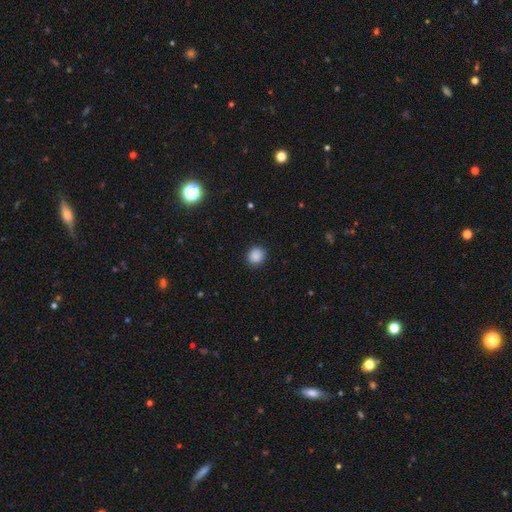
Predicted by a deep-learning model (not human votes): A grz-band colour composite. It shows a smooth galaxy with no disk features (88%) that is round (80%). Merging: none (88%).